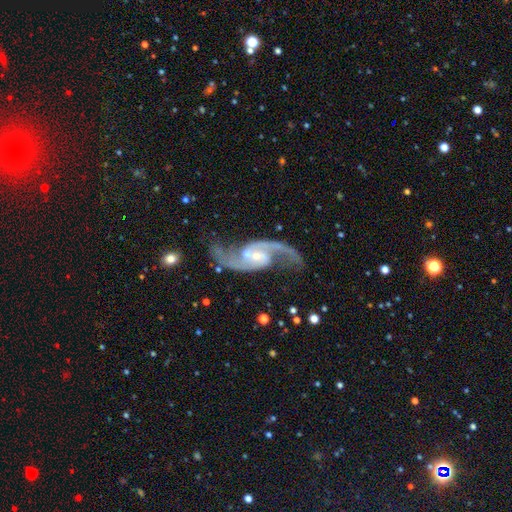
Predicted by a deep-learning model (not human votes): A featured or disk galaxy (93%) with a weak bar (46%), 2 (94%) loose (52%) spiral arms (98%) and a small central bulge (59%). Merging: none (69%).